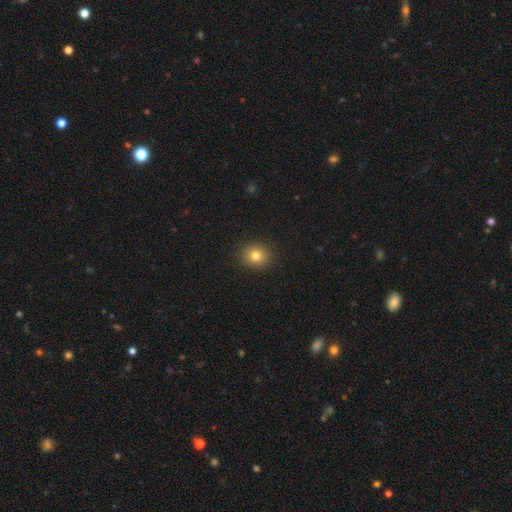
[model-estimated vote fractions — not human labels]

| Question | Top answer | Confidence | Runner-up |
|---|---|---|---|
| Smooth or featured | smooth | 80% | star or artifact (13%) |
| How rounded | round | 82% | in between (17%) |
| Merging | none | 91% | minor disturbance (6%) |